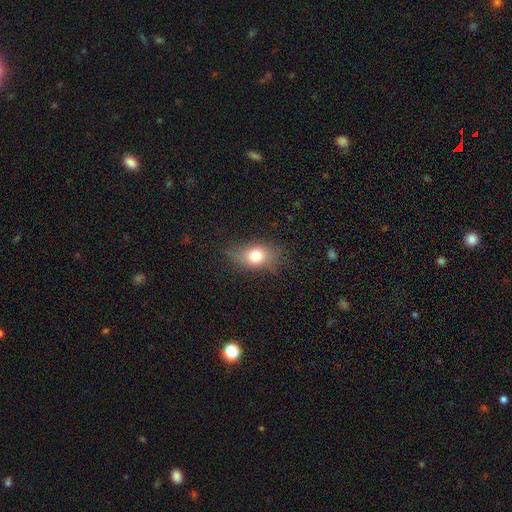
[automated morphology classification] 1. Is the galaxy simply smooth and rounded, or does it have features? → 72% smooth, 16% featured or disk, 12% star or artifact.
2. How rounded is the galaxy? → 72% in between, 25% round, 3% cigar-shaped.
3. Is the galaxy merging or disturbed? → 71% none, 21% minor disturbance, 7% major disturbance, 1% merger.